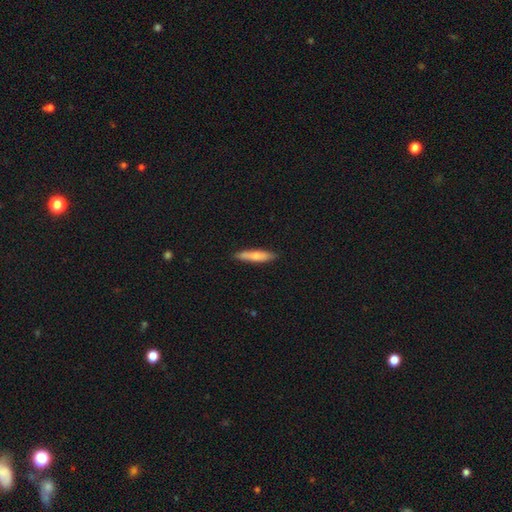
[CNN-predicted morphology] The model was most divided on "smooth or featured": smooth: 70%, featured or disk: 24%, star or artifact: 6%. More confident: merging — none (87%); how rounded — cigar-shaped (82%).